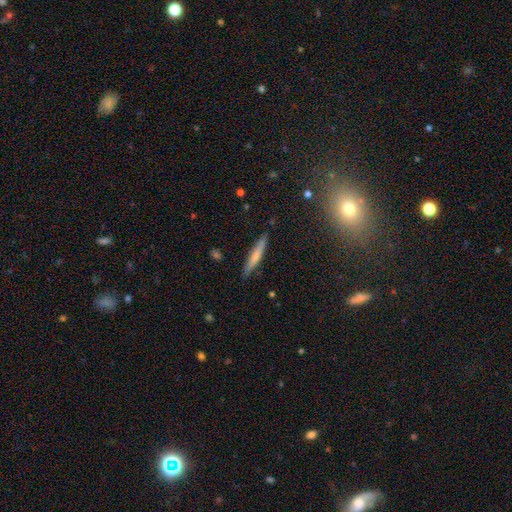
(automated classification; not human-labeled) Q: Smooth or featured?
A: smooth (62%); runner-up: featured or disk (32%)
Q: How rounded?
A: cigar-shaped (94%); runner-up: in between (5%)
Q: Merging?
A: none (88%); runner-up: minor disturbance (9%)